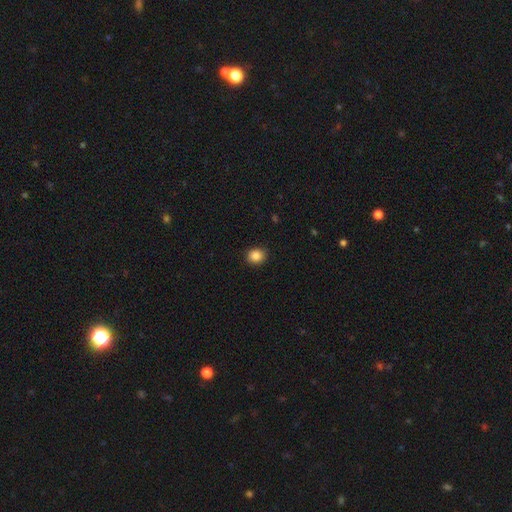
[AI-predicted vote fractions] Q: Smooth or featured?
A: smooth (87%); runner-up: star or artifact (10%)
Q: How rounded?
A: round (77%); runner-up: in between (22%)
Q: Merging?
A: none (89%); runner-up: minor disturbance (8%)